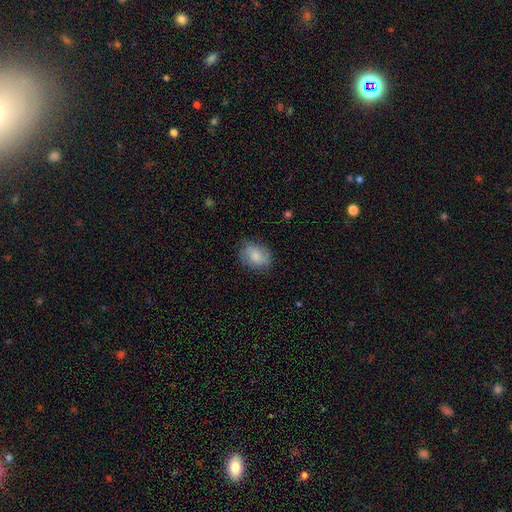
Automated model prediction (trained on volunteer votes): Overall: smooth (76%). How rounded: in between (71%). Merging: none (78%).